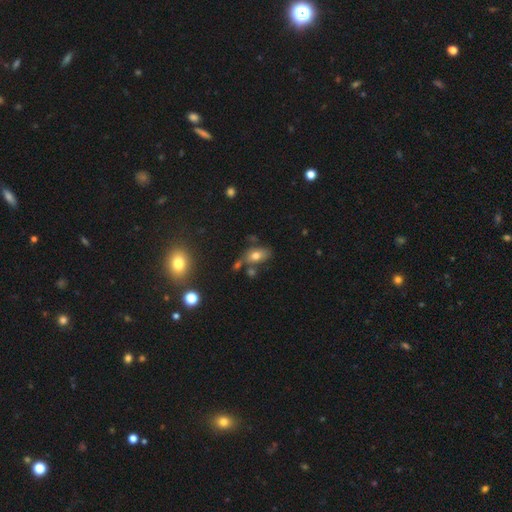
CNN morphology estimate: The model was most divided on "merging": none: 62%, minor disturbance: 17%, merger: 16%, major disturbance: 6%. More confident: how rounded — in between (87%); smooth or featured — smooth (70%).